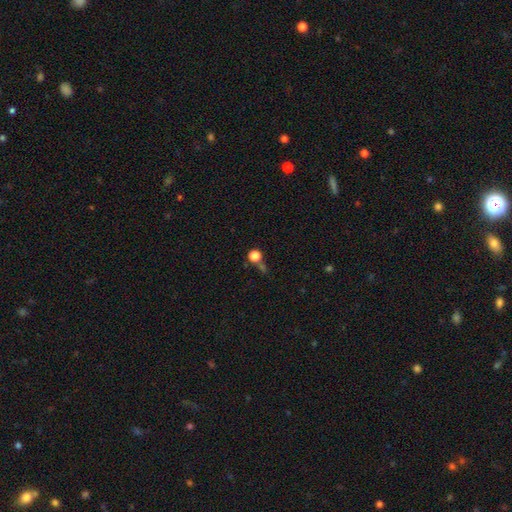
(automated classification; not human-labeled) This is likely a smooth galaxy (74%). How rounded: clearly round (89%). Merging: possibly none (57%).